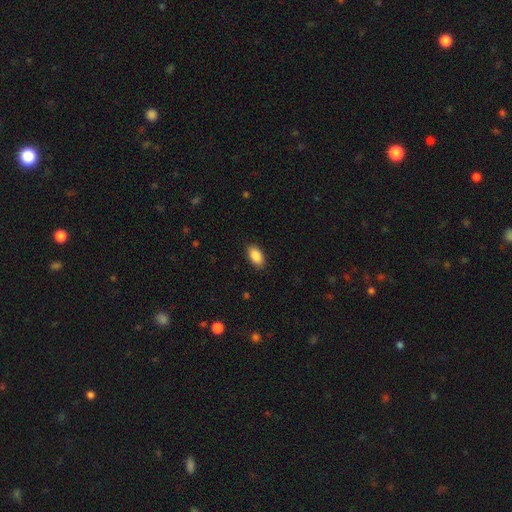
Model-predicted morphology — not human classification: The model was most divided on "merging": none: 88%, minor disturbance: 9%, major disturbance: 2%, merger: 1%. More confident: how rounded — in between (93%); smooth or featured — smooth (89%).